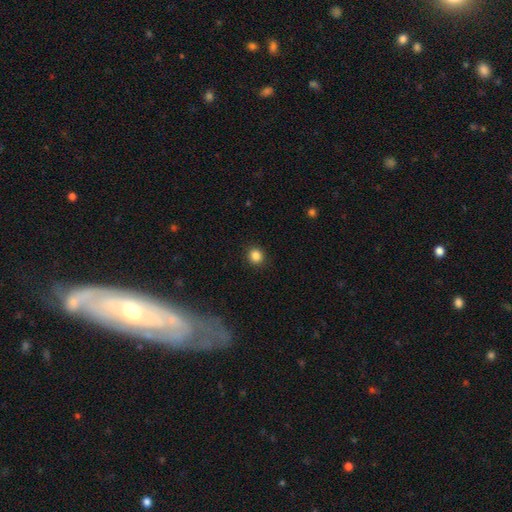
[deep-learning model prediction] Smooth or featured?
  - smooth: 85% *
  - star or artifact: 11%
  - featured or disk: 4%
How rounded?
  - round: 89% *
  - in between: 10%
  - cigar-shaped: 1%
Merging?
  - none: 92% *
  - minor disturbance: 5%
  - major disturbance: 2%
  - merger: 1%